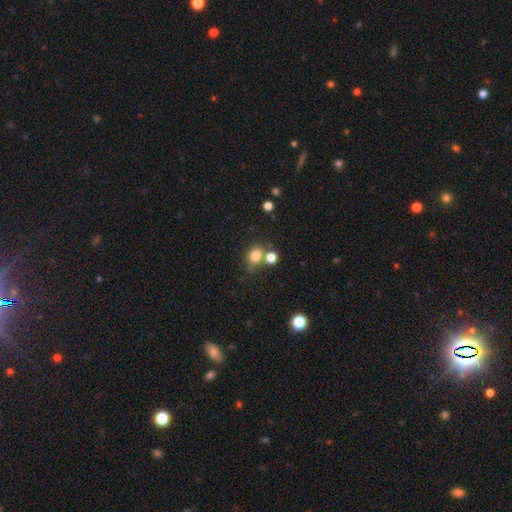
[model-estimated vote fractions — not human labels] smooth 79%, star or artifact 13%, featured or disk 8%. Down the decision tree: how rounded — round (62%); merging — none (56%).